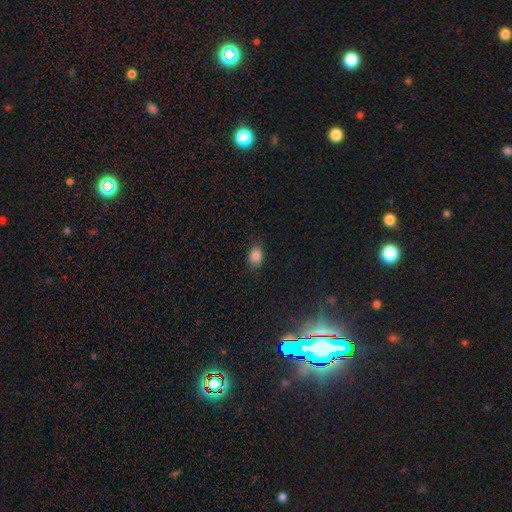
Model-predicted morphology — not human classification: A smooth galaxy with no disk features (84%) that is in between round and cigar-shaped (67%). Merging: none (81%).